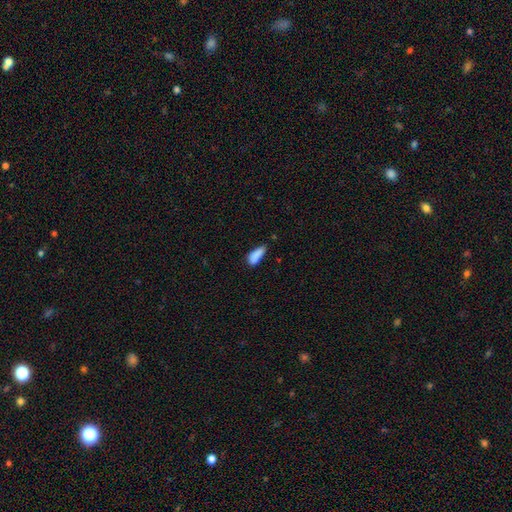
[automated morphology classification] This is clearly a smooth galaxy (85%). How rounded: likely in between (69%). Merging: possibly none (52%).